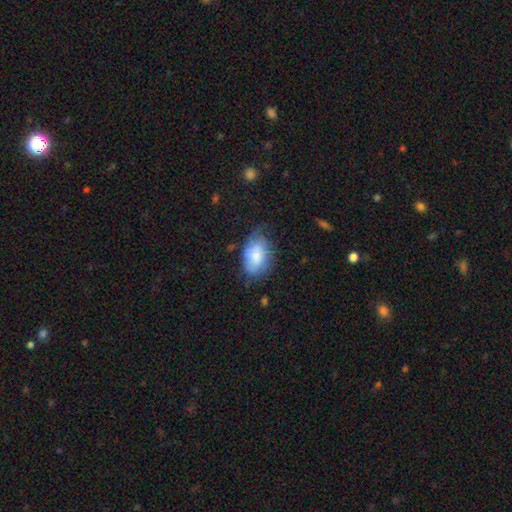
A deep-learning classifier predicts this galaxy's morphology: smooth 73%, featured or disk 20%, star or artifact 7%. Down the decision tree: how rounded — in between (89%); merging — none (46%).